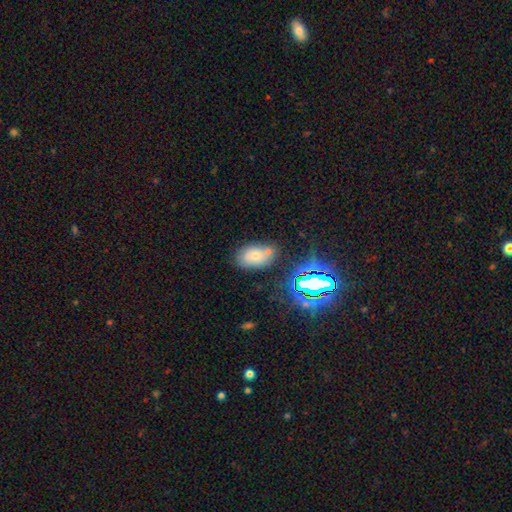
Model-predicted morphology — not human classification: This appears to be a smooth galaxy with no disk features (64%) that is in between round and cigar-shaped (87%). Merging: none (60%).